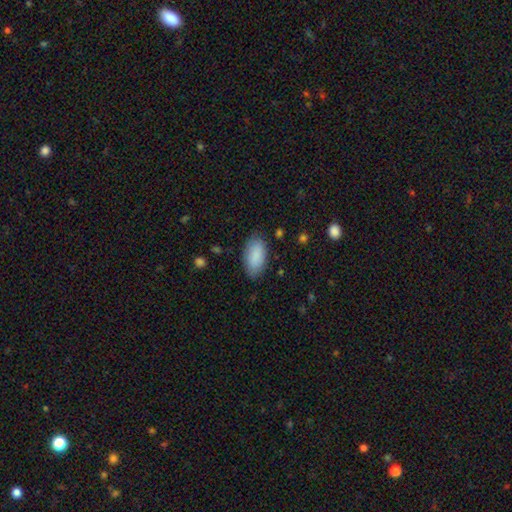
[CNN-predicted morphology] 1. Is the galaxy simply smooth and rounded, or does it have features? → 89% smooth, 6% star or artifact, 5% featured or disk.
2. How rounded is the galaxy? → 94% in between, 4% cigar-shaped, 2% round.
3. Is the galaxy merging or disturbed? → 82% none, 13% minor disturbance, 3% major disturbance, 1% merger.